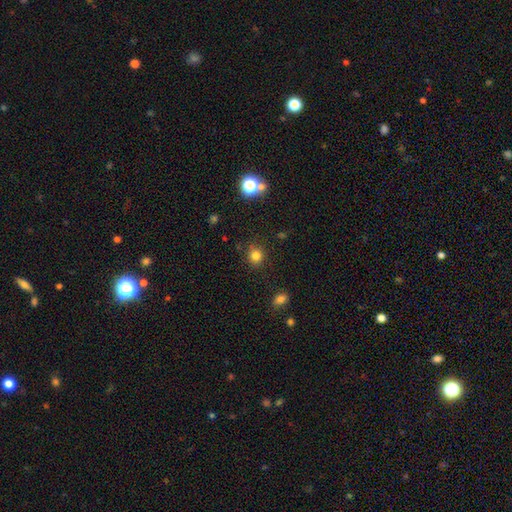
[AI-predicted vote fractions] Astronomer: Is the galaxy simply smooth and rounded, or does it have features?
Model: smooth — 81%.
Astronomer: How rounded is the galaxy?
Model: round — 86%.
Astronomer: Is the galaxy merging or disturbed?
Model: none — 84%.